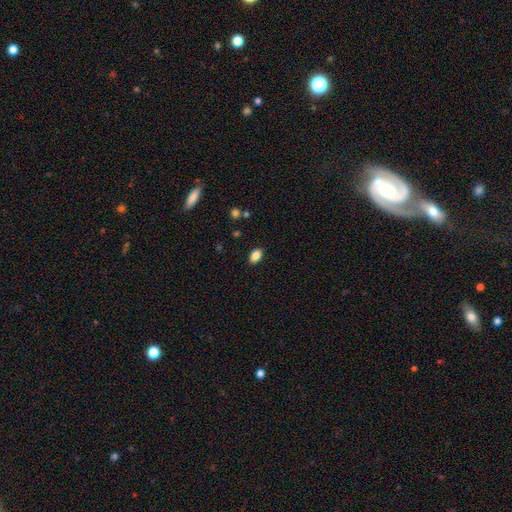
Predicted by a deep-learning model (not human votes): Morphology: type=smooth (86%); roundness=in between (89%); merging=none (88%).